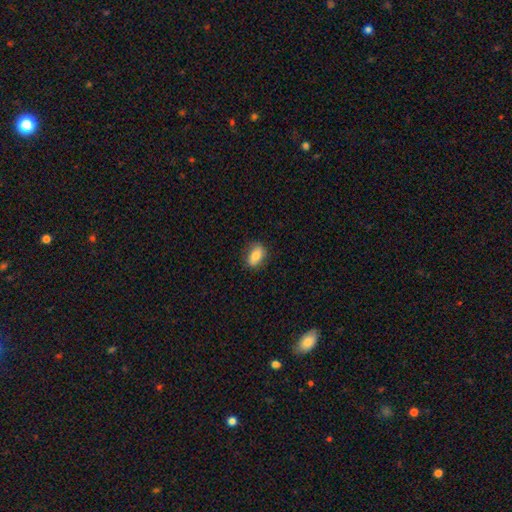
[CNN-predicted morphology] smooth_or_featured: smooth (p=0.81) [alt: featured or disk p=0.12]
how_rounded: in between (p=0.85) [alt: round p=0.10]
merging: none (p=0.80) [alt: minor disturbance p=0.15]